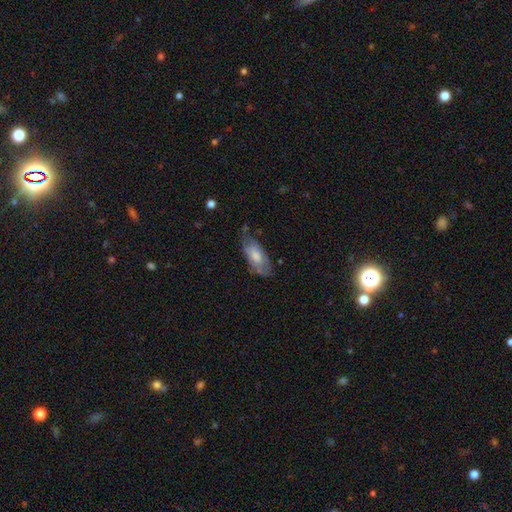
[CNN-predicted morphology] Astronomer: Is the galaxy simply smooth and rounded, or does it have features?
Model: smooth — 64%.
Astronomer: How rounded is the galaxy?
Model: in between — 85%.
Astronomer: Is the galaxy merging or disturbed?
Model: none — 54% (runner-up: minor disturbance, 33%).